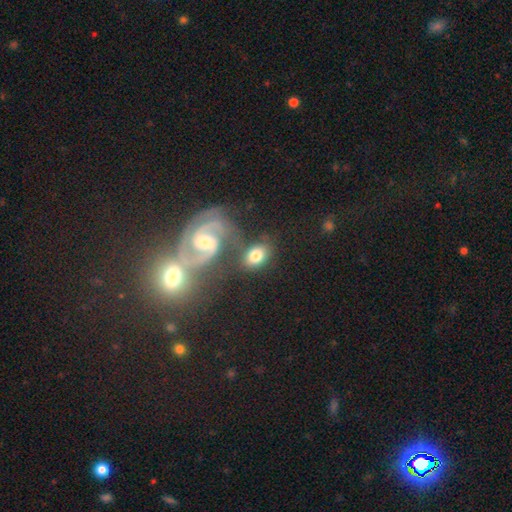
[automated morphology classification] Smooth or featured: smooth — 63% (featured or disk — 29%)
How rounded: in between — 77% (round — 22%)
Merging: none — 55% (merger — 22%)